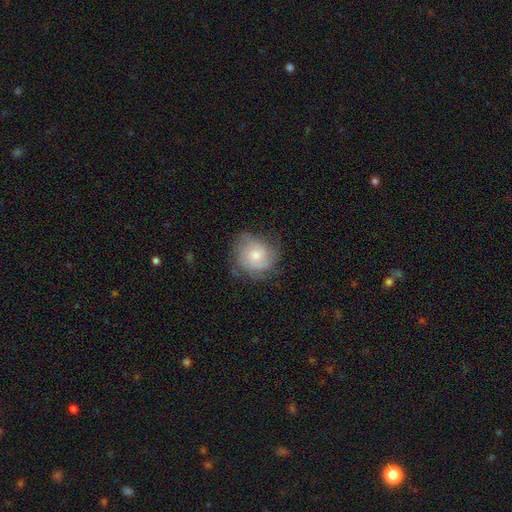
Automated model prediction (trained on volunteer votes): Smooth or featured?
  - featured or disk: 58% *
  - smooth: 35%
  - star or artifact: 8%
Edge-on disk?
  - no: 98% *
  - yes: 2%
Bar?
  - no: 75% *
  - weak: 22%
  - strong: 3%
Spiral arms?
  - yes: 88% *
  - no: 12%
Bulge size?
  - small: 48% *
  - moderate: 43%
  - large: 4%
  - none: 3%
  - dominant: 1%
Merging?
  - none: 66% *
  - minor disturbance: 23%
  - major disturbance: 10%
  - merger: 1%